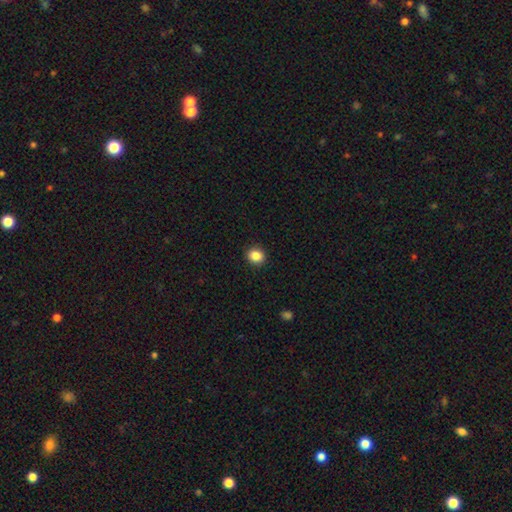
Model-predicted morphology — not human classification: type=smooth (87%); roundness=round (69%); merging=none (92%).